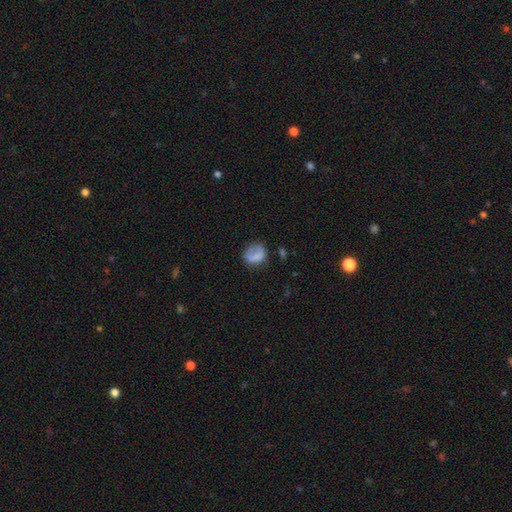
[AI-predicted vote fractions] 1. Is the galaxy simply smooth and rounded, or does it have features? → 76% smooth, 15% featured or disk, 9% star or artifact.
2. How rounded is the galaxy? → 60% round, 38% in between, 1% cigar-shaped.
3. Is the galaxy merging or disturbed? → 56% none, 25% minor disturbance, 16% major disturbance, 3% merger.